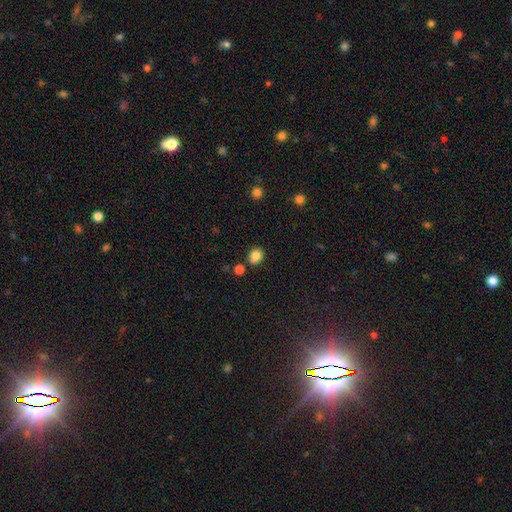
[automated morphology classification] Smooth or featured: smooth — 84% (star or artifact — 11%)
How rounded: round — 50% (in between — 49%)
Merging: none — 74% (minor disturbance — 14%)